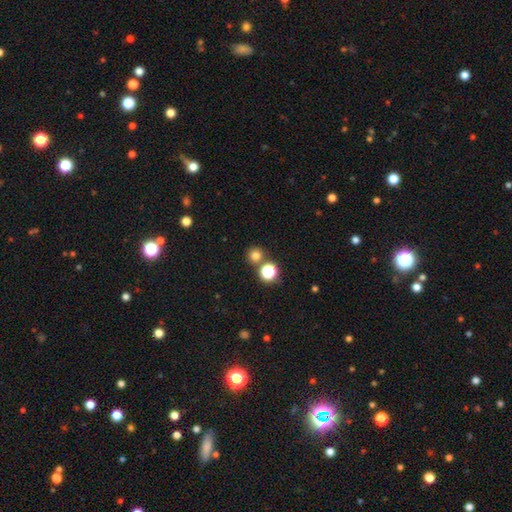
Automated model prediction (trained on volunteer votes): This is likely a smooth galaxy (75%). How rounded: clearly round (93%). Merging: likely none (77%).